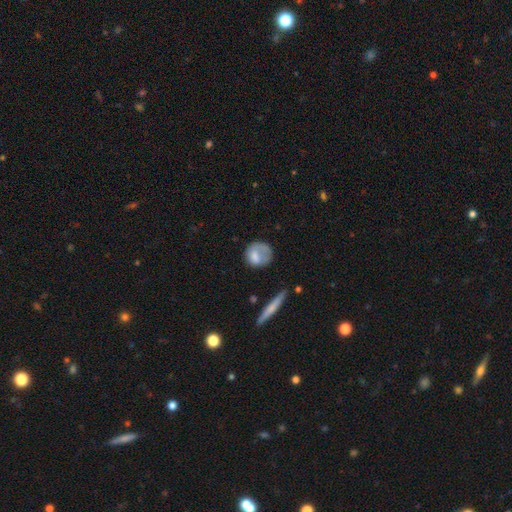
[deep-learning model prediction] A smooth galaxy with no disk features (68%) that is round (75%).

Vote fractions:
- Smooth or featured? smooth: 68% / featured or disk: 24% / star or artifact: 8%
- How rounded? round: 75% / in between: 22% / cigar-shaped: 2%
- Merging? none: 48% / minor disturbance: 26% / major disturbance: 22% / merger: 4%